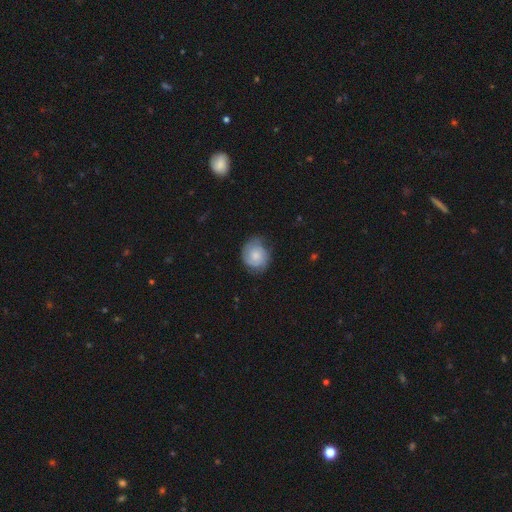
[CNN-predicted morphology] Smooth or featured? featured or disk (53%)
Edge-on disk? no (98%)
Bar? no (78%)
Spiral arms? yes (89%)
Bulge size? small (45%)
Merging? none (69%)